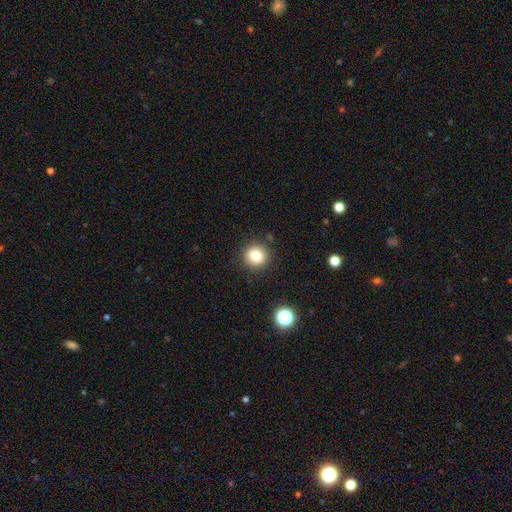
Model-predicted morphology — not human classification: smooth 80%, star or artifact 12%, featured or disk 8%. Down the decision tree: how rounded — round (89%); merging — none (89%).